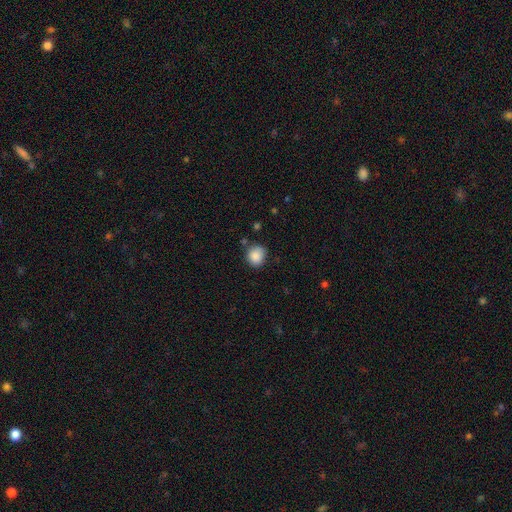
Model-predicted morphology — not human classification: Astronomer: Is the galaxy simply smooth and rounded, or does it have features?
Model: smooth — 87%.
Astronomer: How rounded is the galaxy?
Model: round — 75%.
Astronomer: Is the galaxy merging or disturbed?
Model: none — 71%.